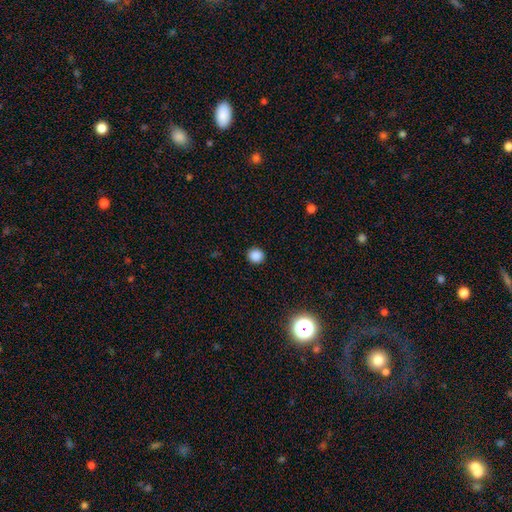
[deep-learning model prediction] This is clearly a smooth galaxy (86%). How rounded: clearly round (90%). Merging: clearly none (91%).